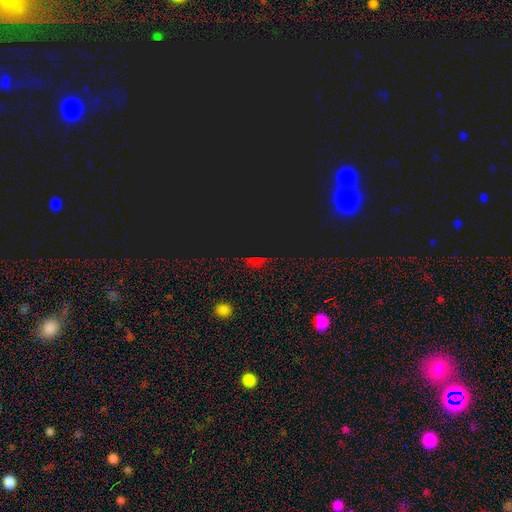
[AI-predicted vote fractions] Smooth or featured? Predicted: star or artifact (p=0.72).